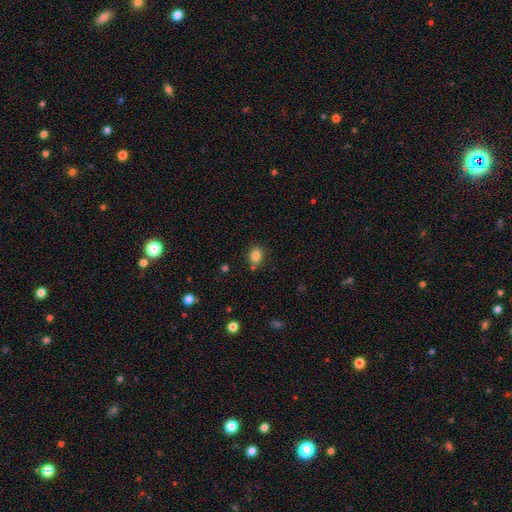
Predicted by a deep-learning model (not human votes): A smooth galaxy with no disk features (83%) that is round (53%). Merging: none (77%).